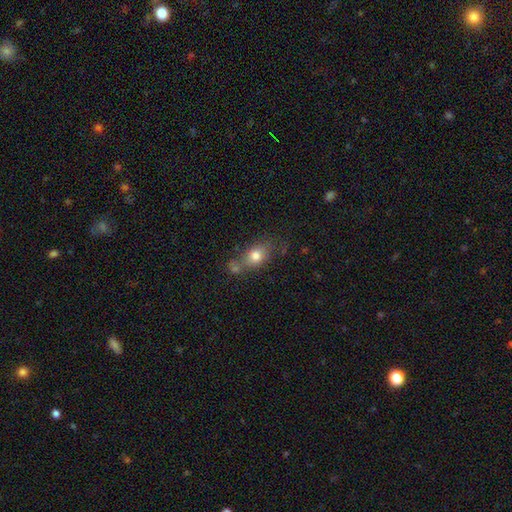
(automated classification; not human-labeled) Smooth or featured? Predicted: smooth (p=0.75). How rounded? Predicted: in between (p=0.67). Merging? Predicted: none (p=0.51).